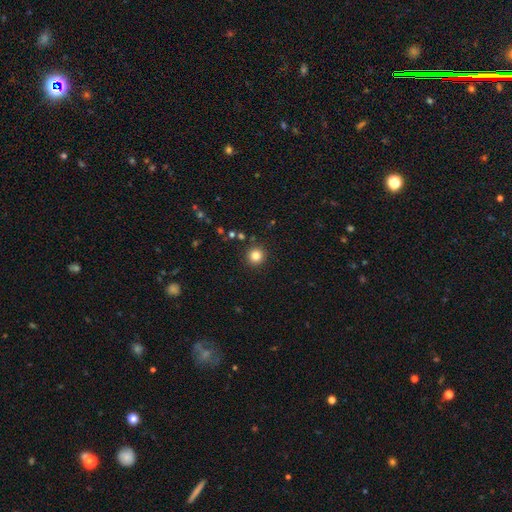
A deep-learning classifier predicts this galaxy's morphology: smooth_or_featured: smooth (p=0.83) [alt: star or artifact p=0.12]
how_rounded: round (p=0.95) [alt: in between p=0.04]
merging: none (p=0.91) [alt: minor disturbance p=0.05]